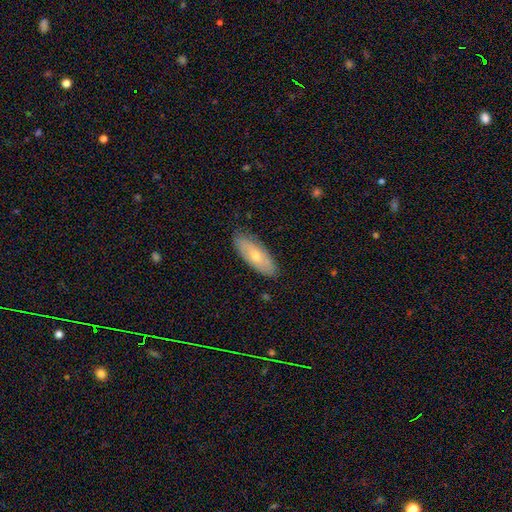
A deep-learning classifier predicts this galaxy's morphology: This is possibly a smooth galaxy (55%). How rounded: likely in between (74%). Merging: clearly none (85%).